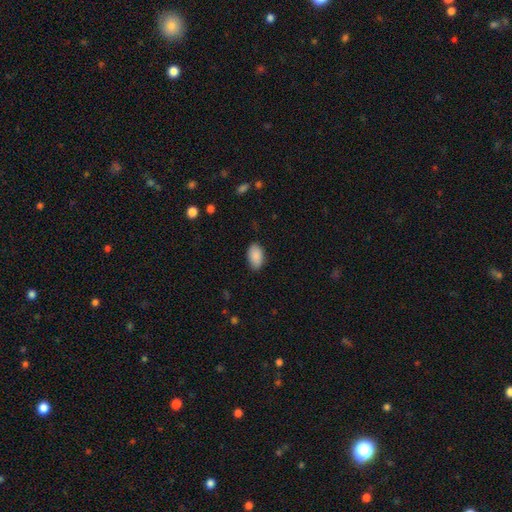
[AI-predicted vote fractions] Smooth or featured?
  - smooth: 89% *
  - star or artifact: 7%
  - featured or disk: 4%
How rounded?
  - in between: 94% *
  - round: 4%
  - cigar-shaped: 2%
Merging?
  - none: 84% *
  - minor disturbance: 12%
  - major disturbance: 2%
  - merger: 1%